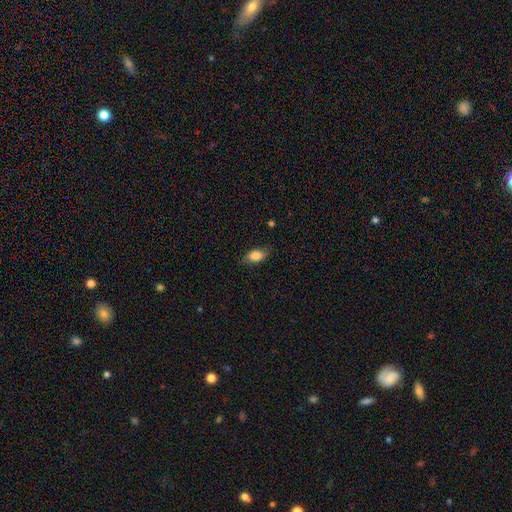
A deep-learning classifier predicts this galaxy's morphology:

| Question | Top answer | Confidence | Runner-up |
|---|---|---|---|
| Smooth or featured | smooth | 81% | featured or disk (11%) |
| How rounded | in between | 88% | round (7%) |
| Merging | none | 79% | minor disturbance (17%) |